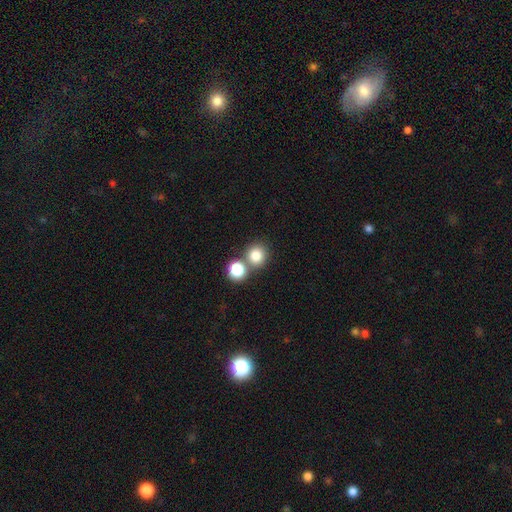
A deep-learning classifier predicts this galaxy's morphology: This is clearly a smooth galaxy (81%). How rounded: clearly round (88%). Merging: likely none (62%).